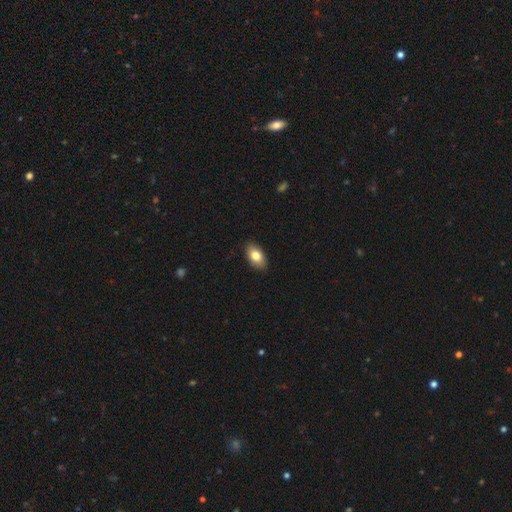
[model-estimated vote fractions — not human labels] A smooth galaxy with no disk features (82%) that is in between round and cigar-shaped (92%).

Vote fractions:
- Smooth or featured? smooth: 82% / featured or disk: 11% / star or artifact: 7%
- How rounded? in between: 92% / round: 5% / cigar-shaped: 2%
- Merging? none: 89% / minor disturbance: 9% / major disturbance: 2% / merger: 1%